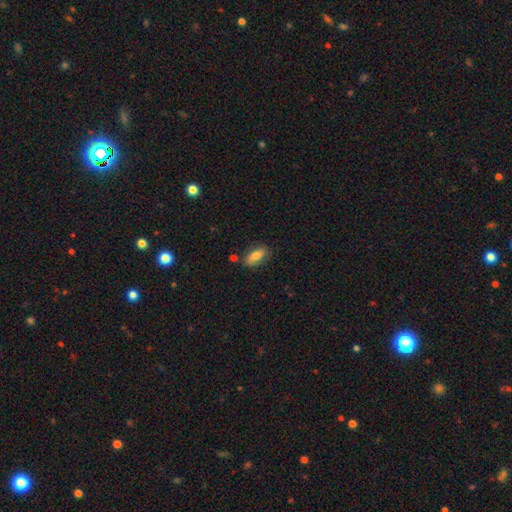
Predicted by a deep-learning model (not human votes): Morphology: type=smooth (76%); roundness=in between (80%); merging=none (79%).